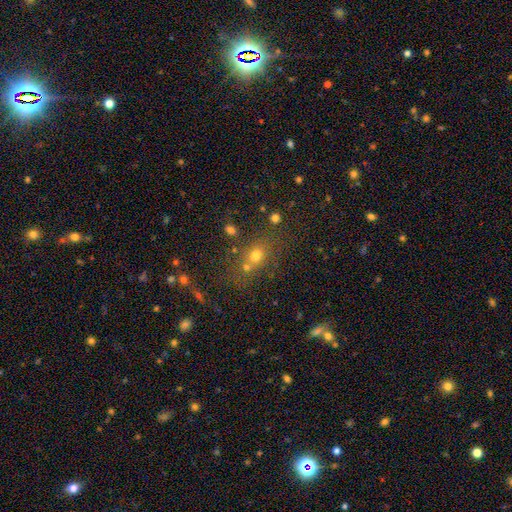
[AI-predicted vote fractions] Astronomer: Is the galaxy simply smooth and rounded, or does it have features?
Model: smooth — 63%.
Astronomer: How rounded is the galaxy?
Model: round — 56% (runner-up: in between, 40%).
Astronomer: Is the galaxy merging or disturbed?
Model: none — 59%.